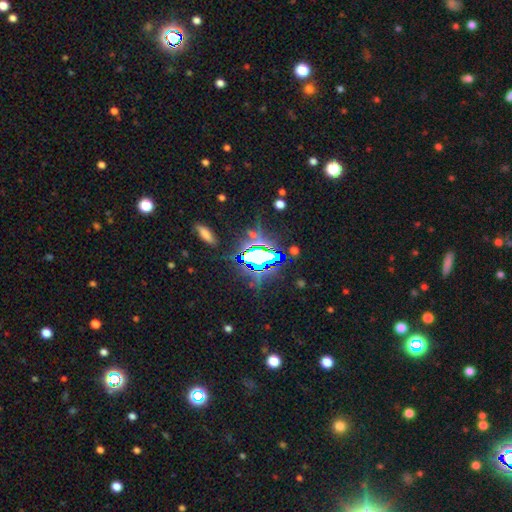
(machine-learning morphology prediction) Smooth or featured? Predicted: star or artifact (p=0.73).